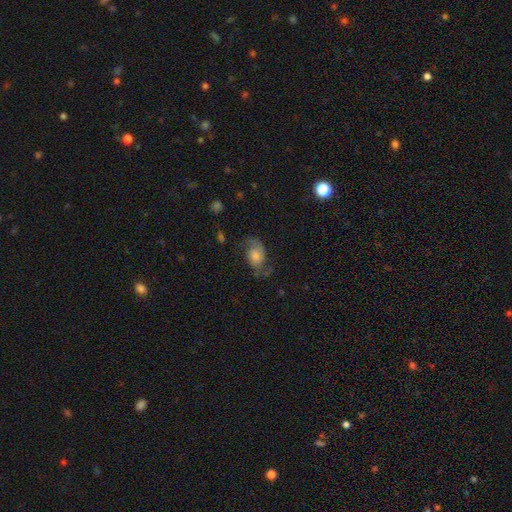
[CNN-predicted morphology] smooth-or-featured: featured or disk: 65% | smooth: 25% | star or artifact: 10%
  disk-edge-on: no: 97% | yes: 3%
    bar: no: 72% | weak: 24% | strong: 4%
    has-spiral-arms: yes: 91% | no: 9%
      spiral-winding: loose: 44% | medium: 42% | tight: 14%
      spiral-arm-count: 2: 86% | 1: 6% | can't tell: 5% | 3: 1% | 4: 1% | more than 4: 1%
    bulge-size: moderate: 39% | small: 28% | large: 19% | none: 9% | dominant: 4%
  merging: none: 61% | minor disturbance: 21% | major disturbance: 16% | merger: 2%